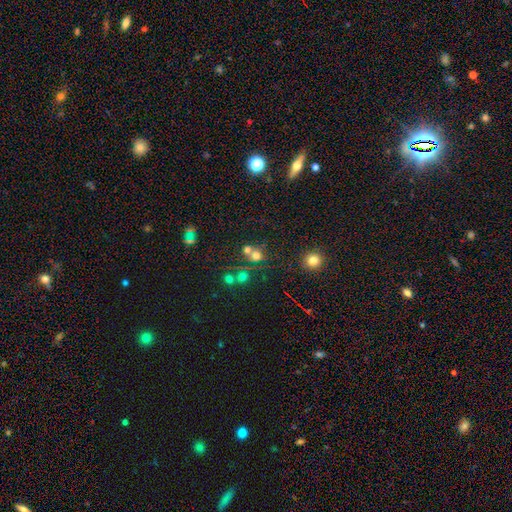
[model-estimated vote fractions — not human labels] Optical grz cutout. It shows a smooth galaxy with no disk features (63%) that is round (84%). Merging: none (50%).